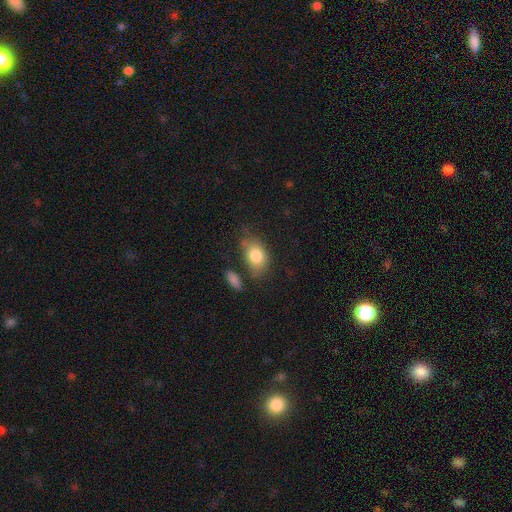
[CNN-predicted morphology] A smooth galaxy with no disk features (80%) that is in between round and cigar-shaped (82%).

Vote fractions:
- Smooth or featured? smooth: 80% / featured or disk: 12% / star or artifact: 7%
- How rounded? in between: 82% / round: 16% / cigar-shaped: 2%
- Merging? none: 60% / minor disturbance: 24% / merger: 9% / major disturbance: 8%